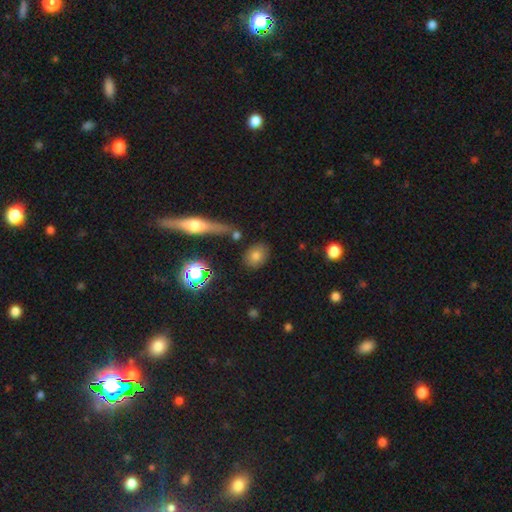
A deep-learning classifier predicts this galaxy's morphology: smooth_or_featured: smooth (p=0.73) [alt: star or artifact p=0.15]
how_rounded: round (p=0.49) [alt: in between p=0.48]
merging: none (p=0.79) [alt: minor disturbance p=0.11]